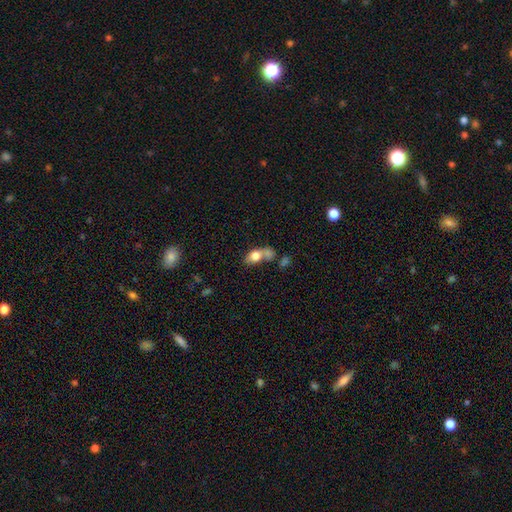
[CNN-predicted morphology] This appears to be a smooth galaxy with no disk features (73%) that is in between round and cigar-shaped (71%). Merging: merger (46%).